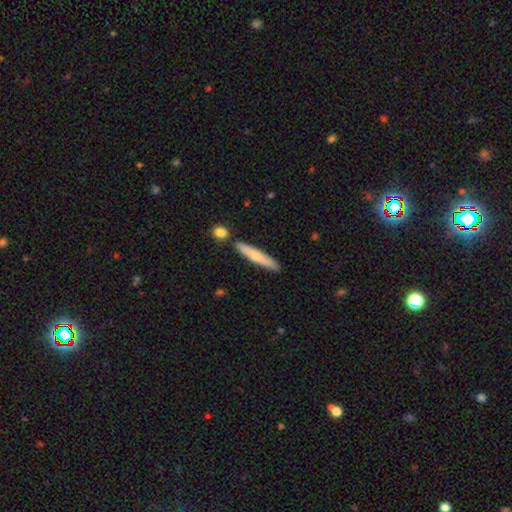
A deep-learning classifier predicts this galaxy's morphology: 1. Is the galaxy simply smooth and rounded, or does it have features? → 59% smooth, 35% featured or disk, 5% star or artifact.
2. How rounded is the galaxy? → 91% cigar-shaped, 8% in between, 1% round.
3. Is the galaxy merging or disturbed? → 83% none, 10% minor disturbance, 5% merger, 2% major disturbance.